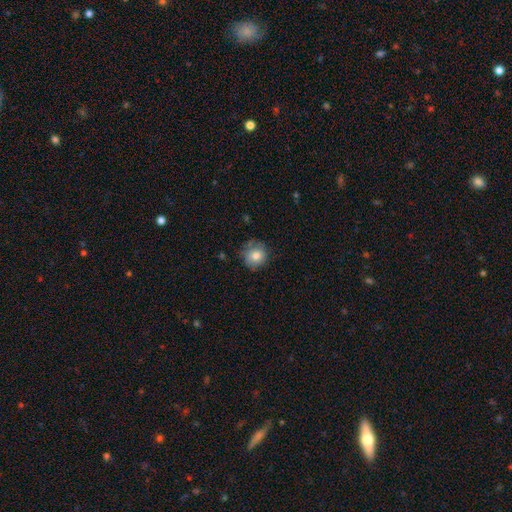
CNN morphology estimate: smooth 77%, featured or disk 14%, star or artifact 9%. Down the decision tree: how rounded — round (89%); merging — none (73%).